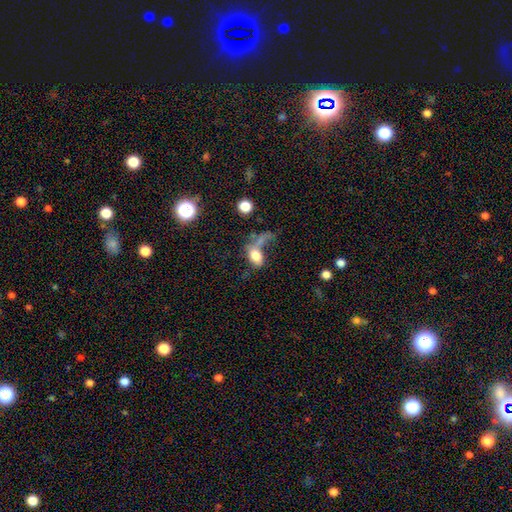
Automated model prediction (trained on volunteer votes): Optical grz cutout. It shows a smooth galaxy with no disk features (69%) that is in between round and cigar-shaped (81%). Merging: major disturbance (36%).